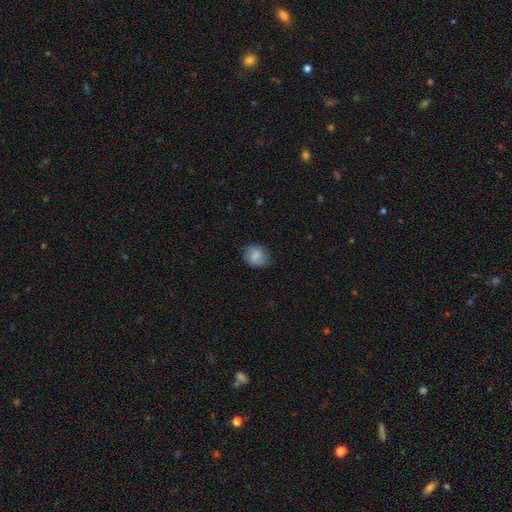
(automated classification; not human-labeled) Q: Smooth or featured?
A: smooth (81%); runner-up: featured or disk (11%)
Q: How rounded?
A: round (71%); runner-up: in between (28%)
Q: Merging?
A: none (82%); runner-up: minor disturbance (14%)